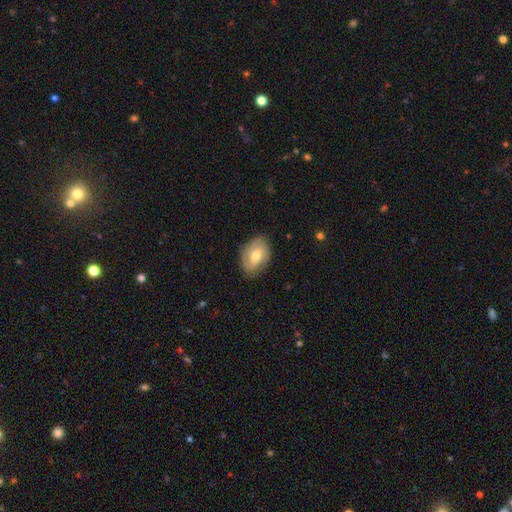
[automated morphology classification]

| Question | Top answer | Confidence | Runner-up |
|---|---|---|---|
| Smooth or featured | smooth | 51% | featured or disk (42%) |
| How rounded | in between | 82% | round (17%) |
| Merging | none | 78% | minor disturbance (17%) |